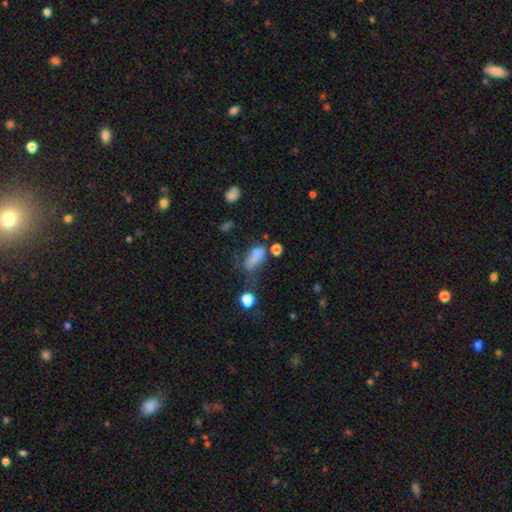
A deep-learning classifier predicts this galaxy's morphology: This is likely a smooth galaxy (69%). How rounded: clearly in between (80%). Merging: marginally major disturbance (38%).